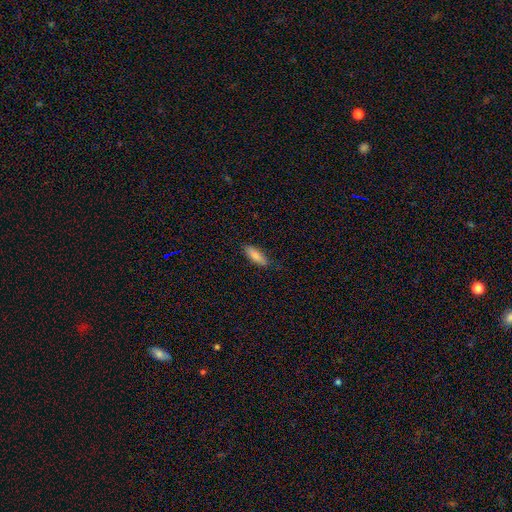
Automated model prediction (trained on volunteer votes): Smooth or featured?
  - smooth: 82% *
  - featured or disk: 12%
  - star or artifact: 6%
How rounded?
  - in between: 58% *
  - cigar-shaped: 41%
  - round: 2%
Merging?
  - none: 85% *
  - minor disturbance: 12%
  - major disturbance: 2%
  - merger: 1%